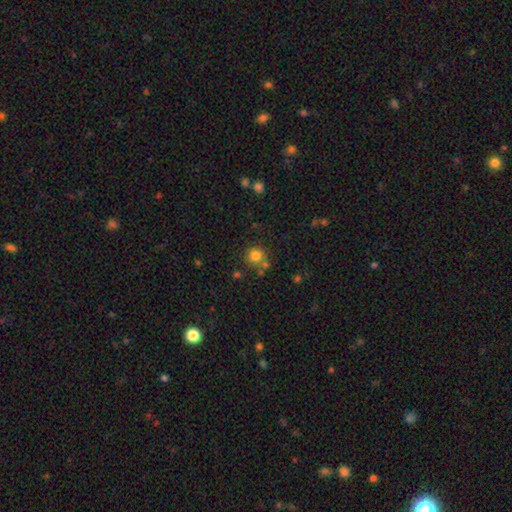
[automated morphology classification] A smooth galaxy with no disk features (78%) that is round (85%).

Vote fractions:
- Smooth or featured? smooth: 78% / star or artifact: 14% / featured or disk: 8%
- How rounded? round: 85% / in between: 14% / cigar-shaped: 1%
- Merging? none: 64% / merger: 18% / minor disturbance: 13% / major disturbance: 5%